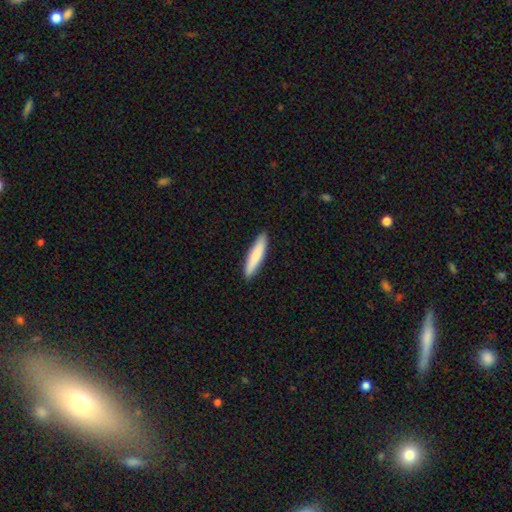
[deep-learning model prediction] Smooth or featured?
  - smooth: 79% *
  - featured or disk: 16%
  - star or artifact: 5%
How rounded?
  - cigar-shaped: 84% *
  - in between: 14%
  - round: 1%
Merging?
  - none: 91% *
  - minor disturbance: 7%
  - major disturbance: 1%
  - merger: 1%